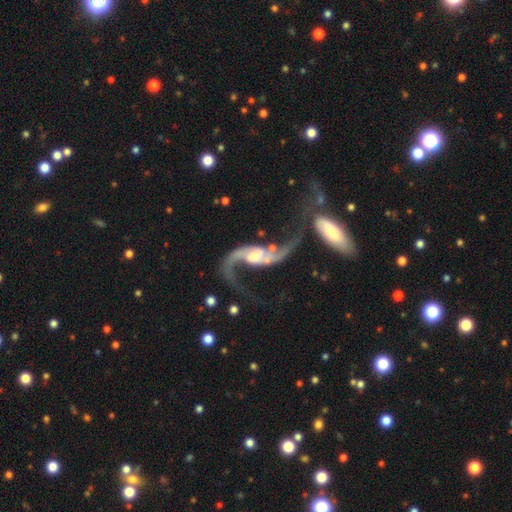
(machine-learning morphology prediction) This appears to be a featured or disk galaxy (90%) with a weak bar (41%), 2 (92%) loose (89%) spiral arms (96%) and a moderate central bulge (36%). Merging: none (38%).